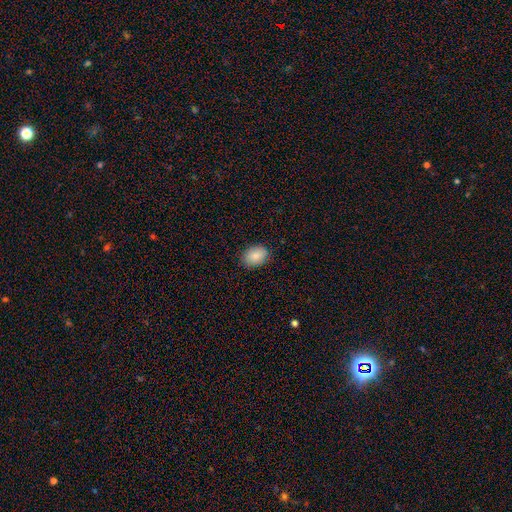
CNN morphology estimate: Smooth or featured: smooth — 88% (star or artifact — 7%)
How rounded: in between — 75% (round — 24%)
Merging: none — 85% (minor disturbance — 11%)